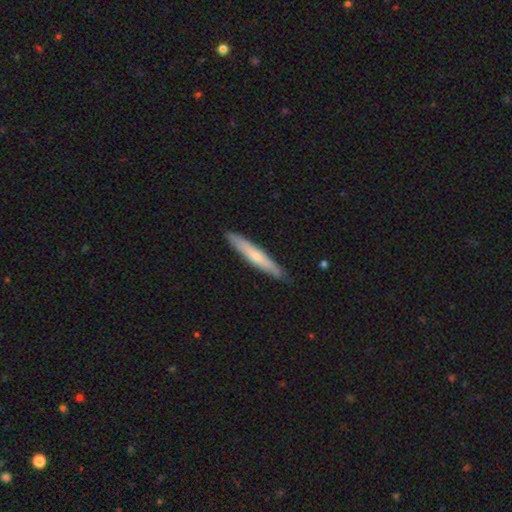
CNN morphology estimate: Smooth or featured?
  - smooth: 57% *
  - featured or disk: 38%
  - star or artifact: 5%
How rounded?
  - cigar-shaped: 94% *
  - in between: 5%
  - round: 1%
Merging?
  - none: 85% *
  - minor disturbance: 12%
  - major disturbance: 2%
  - merger: 1%